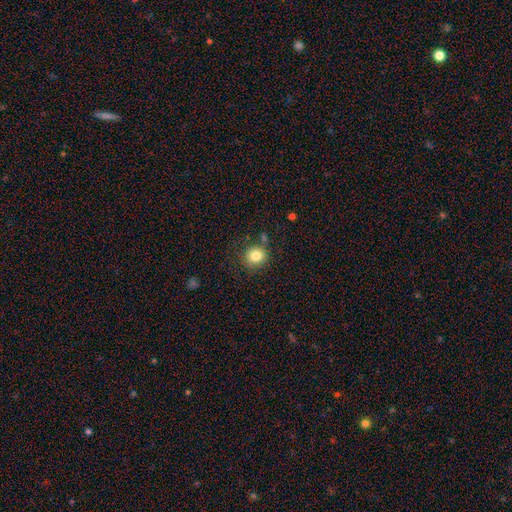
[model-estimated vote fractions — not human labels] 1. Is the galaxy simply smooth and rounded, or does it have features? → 83% smooth, 11% star or artifact, 7% featured or disk.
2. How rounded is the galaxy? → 87% round, 12% in between, 1% cigar-shaped.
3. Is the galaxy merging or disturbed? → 81% none, 10% minor disturbance, 5% merger, 3% major disturbance.